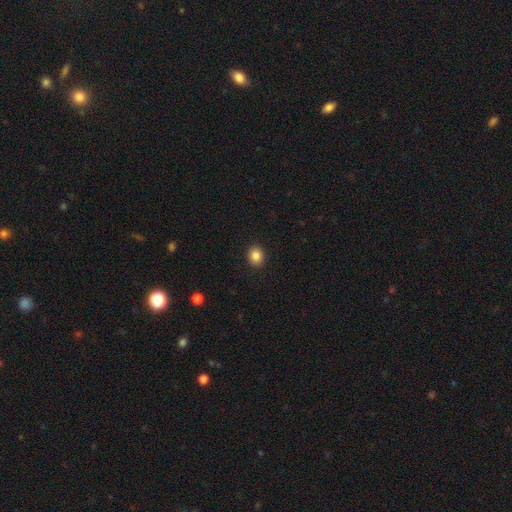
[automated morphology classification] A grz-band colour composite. It shows a smooth galaxy with no disk features (86%) that is round (70%). Merging: none (92%).